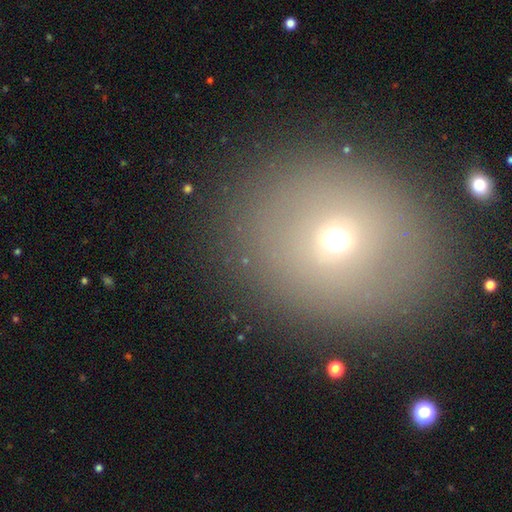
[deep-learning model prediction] Smooth or featured? Predicted: smooth (p=0.63). How rounded? Predicted: round (p=0.69). Merging? Predicted: none (p=0.86).